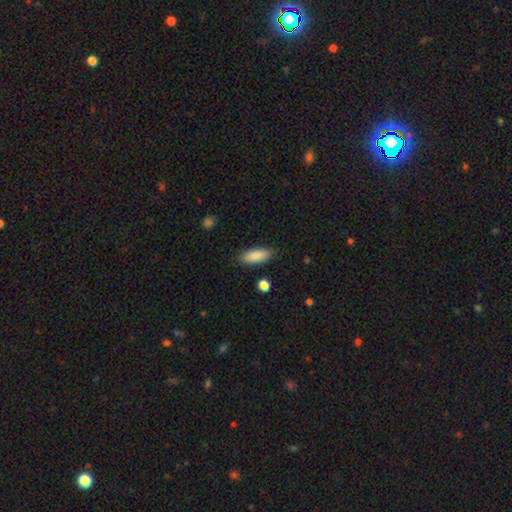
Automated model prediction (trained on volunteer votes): Morphology: type=smooth (88%); roundness=in between (70%); merging=none (87%).